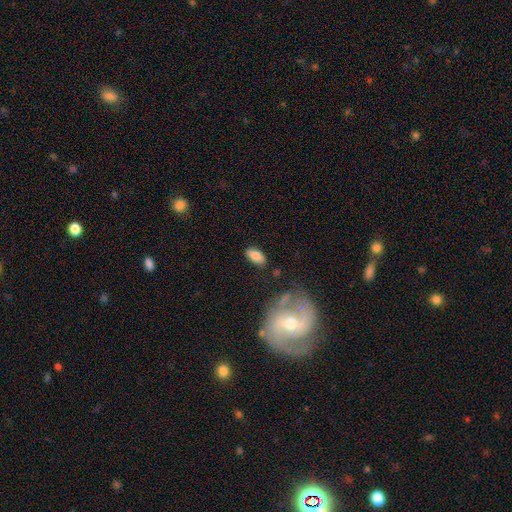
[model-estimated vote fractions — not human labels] A smooth galaxy with no disk features (83%) that is in between round and cigar-shaped (92%).

Vote fractions:
- Smooth or featured? smooth: 83% / featured or disk: 9% / star or artifact: 7%
- How rounded? in between: 92% / cigar-shaped: 5% / round: 3%
- Merging? none: 80% / minor disturbance: 14% / major disturbance: 4% / merger: 3%